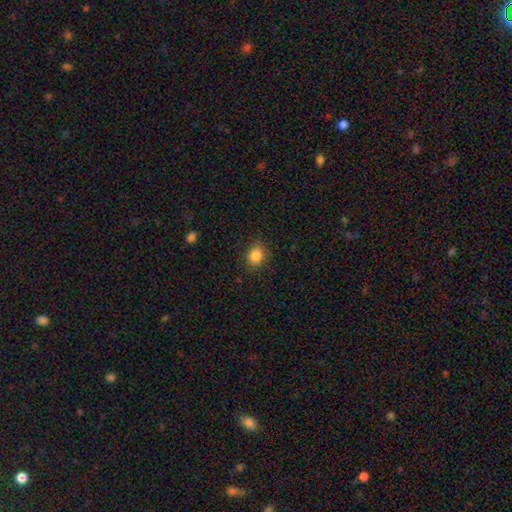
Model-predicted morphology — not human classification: type=smooth (85%); roundness=round (63%); merging=none (85%).